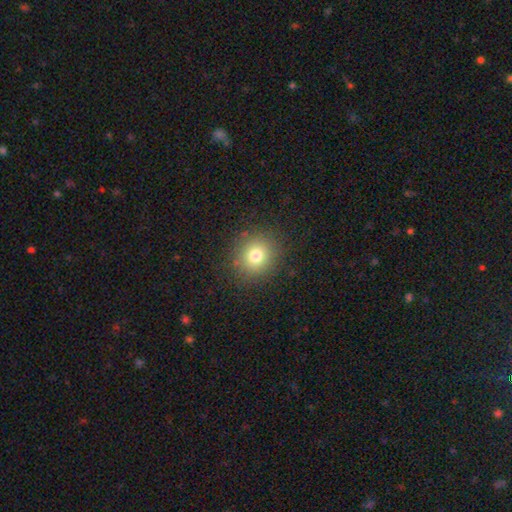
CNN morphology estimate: smooth_or_featured: smooth (p=0.77) [alt: star or artifact p=0.14]
how_rounded: round (p=0.86) [alt: in between p=0.13]
merging: none (p=0.88) [alt: minor disturbance p=0.08]